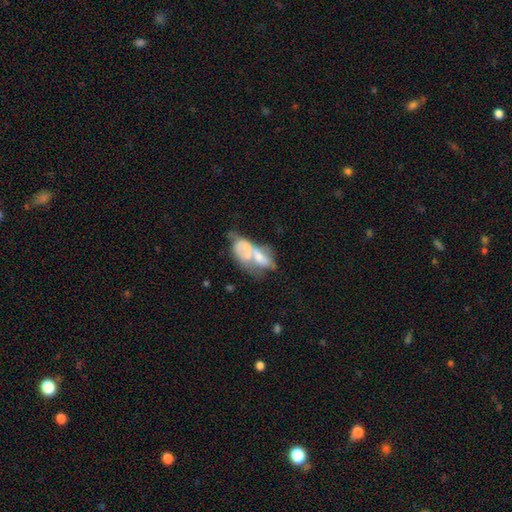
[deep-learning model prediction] Smooth or featured: featured or disk — 50% (smooth — 41%)
Merging: merger — 71% (major disturbance — 11%)